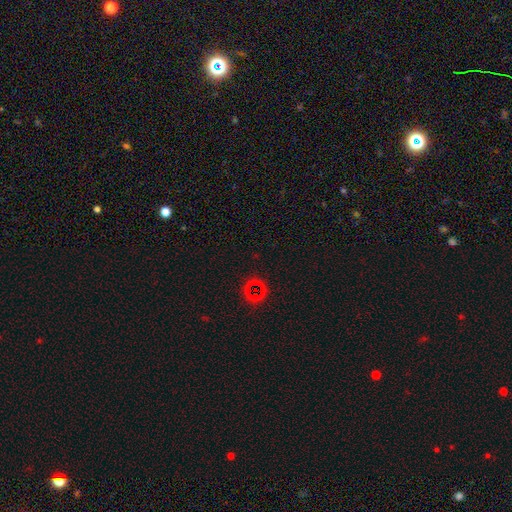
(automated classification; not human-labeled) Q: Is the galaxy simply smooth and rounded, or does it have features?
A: star or artifact — 69%.